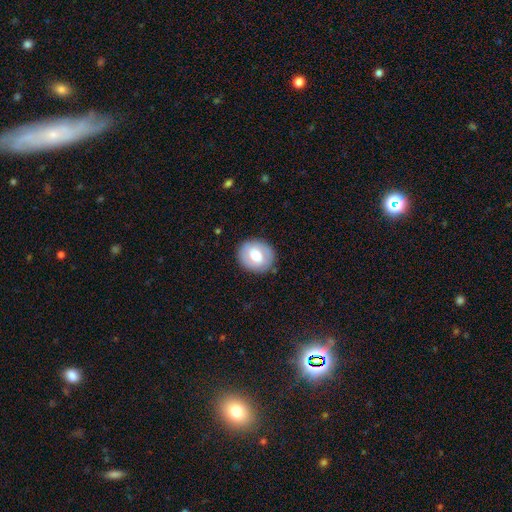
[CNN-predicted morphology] smooth_or_featured: smooth (p=0.55) [alt: featured or disk p=0.38]
how_rounded: round (p=0.73) [alt: in between p=0.26]
merging: none (p=0.86) [alt: minor disturbance p=0.10]